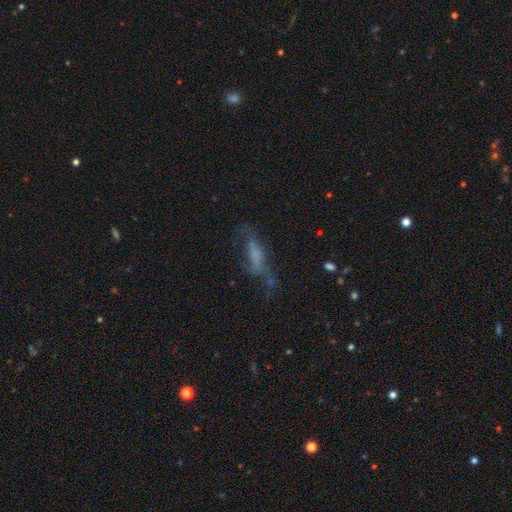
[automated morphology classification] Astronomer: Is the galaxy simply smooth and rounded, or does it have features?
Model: smooth — 44% (runner-up: featured or disk, 41%).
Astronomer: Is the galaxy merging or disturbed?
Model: none — 40% (runner-up: major disturbance, 32%).